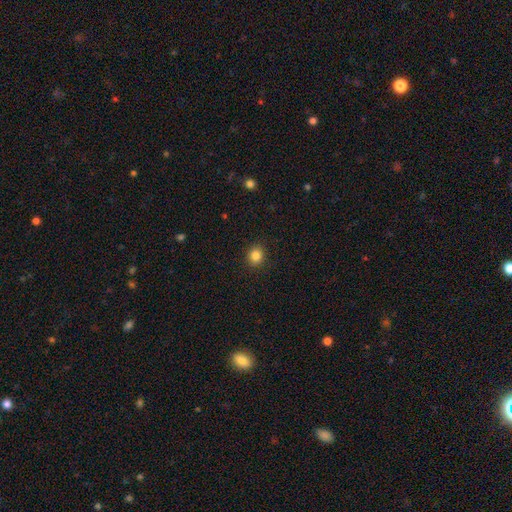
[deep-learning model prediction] This appears to be a smooth galaxy with no disk features (84%) that is round (84%). Merging: none (91%).